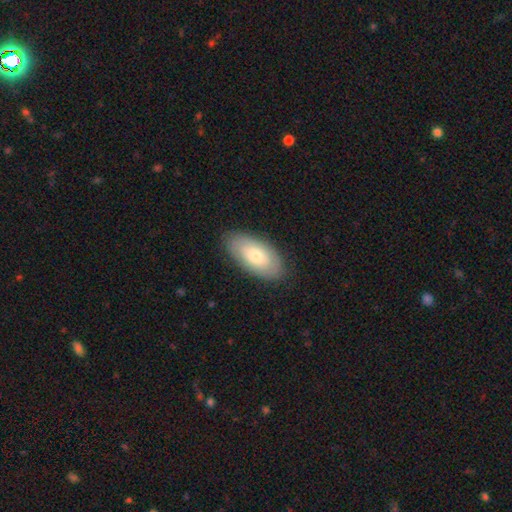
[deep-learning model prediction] Smooth or featured? smooth (64%)
How rounded? in between (94%)
Merging? none (85%)